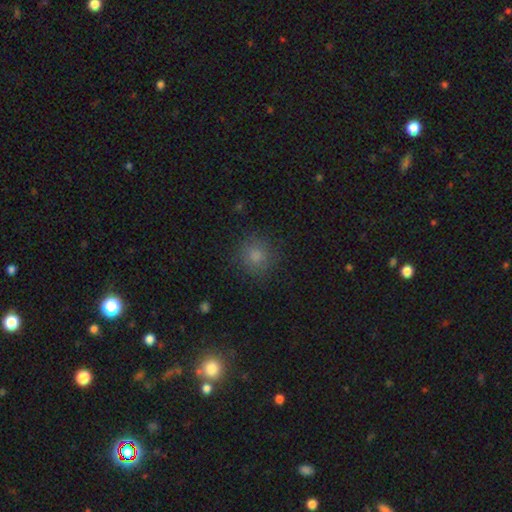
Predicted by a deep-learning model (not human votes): A smooth galaxy with no disk features (81%) that is round (92%). Merging: none (86%).